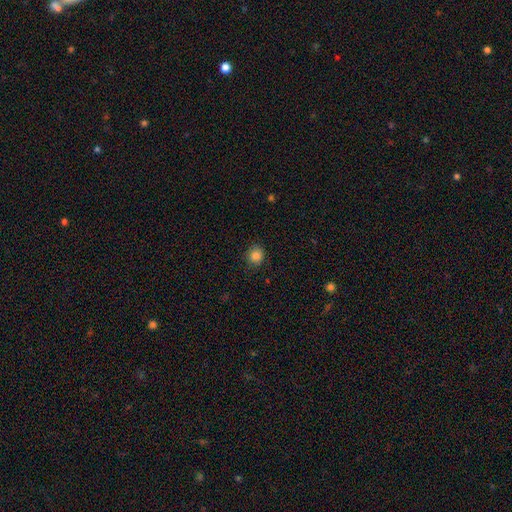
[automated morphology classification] Smooth or featured?
  - smooth: 84% *
  - star or artifact: 11%
  - featured or disk: 5%
How rounded?
  - round: 83% *
  - in between: 16%
  - cigar-shaped: 1%
Merging?
  - none: 88% *
  - minor disturbance: 9%
  - major disturbance: 2%
  - merger: 1%